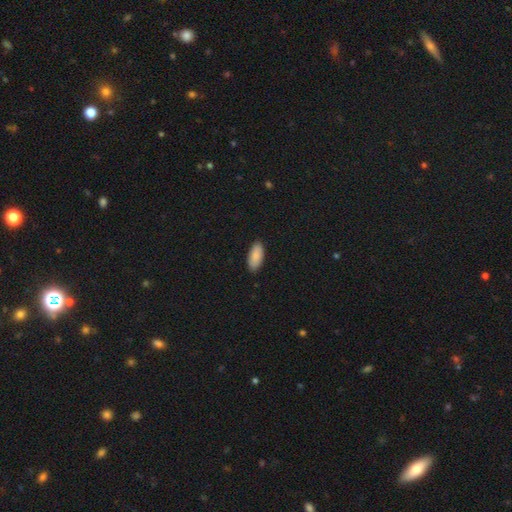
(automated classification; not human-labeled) Smooth or featured?
  - smooth: 89% *
  - star or artifact: 6%
  - featured or disk: 5%
How rounded?
  - in between: 88% *
  - cigar-shaped: 10%
  - round: 2%
Merging?
  - none: 89% *
  - minor disturbance: 8%
  - major disturbance: 2%
  - merger: 1%